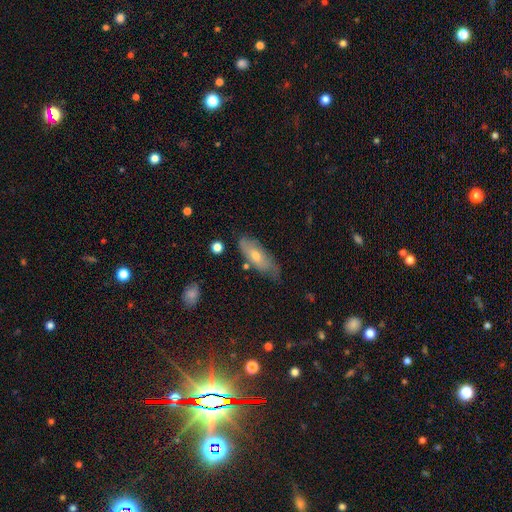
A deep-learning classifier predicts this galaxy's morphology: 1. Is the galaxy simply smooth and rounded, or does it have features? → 52% smooth, 40% featured or disk, 8% star or artifact.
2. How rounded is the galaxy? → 66% in between, 31% cigar-shaped, 3% round.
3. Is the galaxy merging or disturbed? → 67% none, 26% minor disturbance, 5% major disturbance, 3% merger.